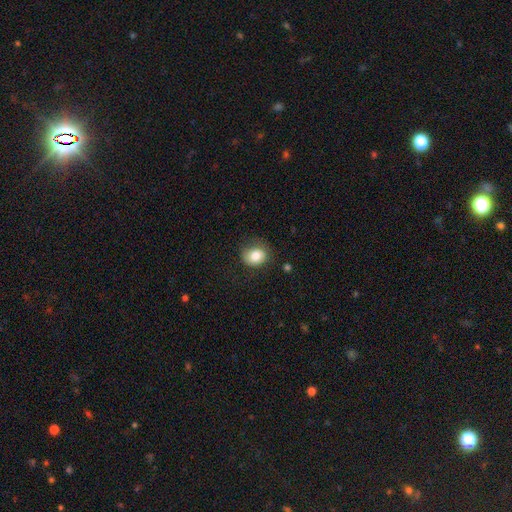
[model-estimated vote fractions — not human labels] Morphology: type=smooth (82%); roundness=round (57%); merging=none (69%).